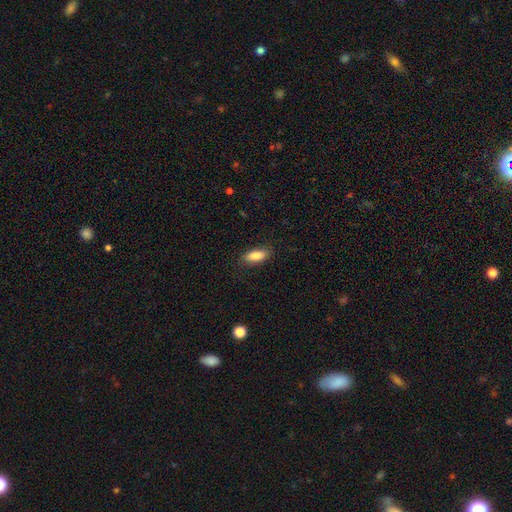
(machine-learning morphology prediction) smooth-or-featured: smooth: 85% | featured or disk: 9% | star or artifact: 7%
  how-rounded: in between: 78% | cigar-shaped: 20% | round: 3%
  merging: none: 86% | minor disturbance: 11% | major disturbance: 3% | merger: 1%